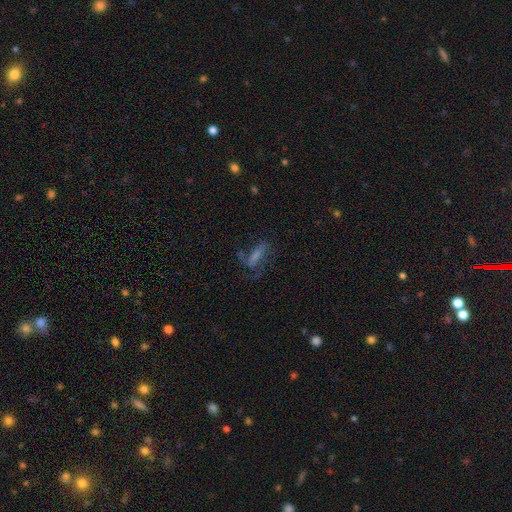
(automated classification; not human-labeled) This appears to be a featured or disk galaxy (44%). Merging: none (44%).